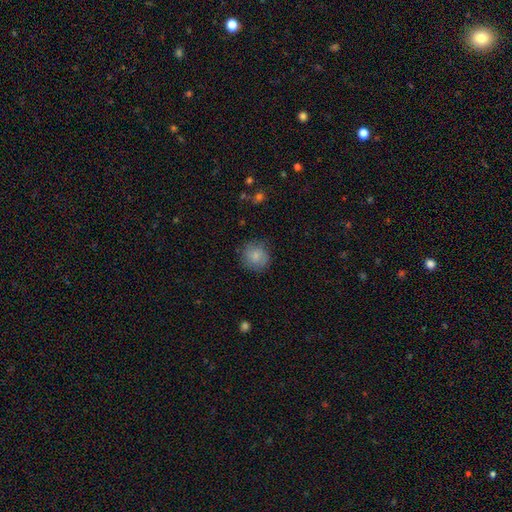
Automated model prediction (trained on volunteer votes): Smooth or featured? Predicted: smooth (p=0.80). How rounded? Predicted: round (p=0.89). Merging? Predicted: none (p=0.80).